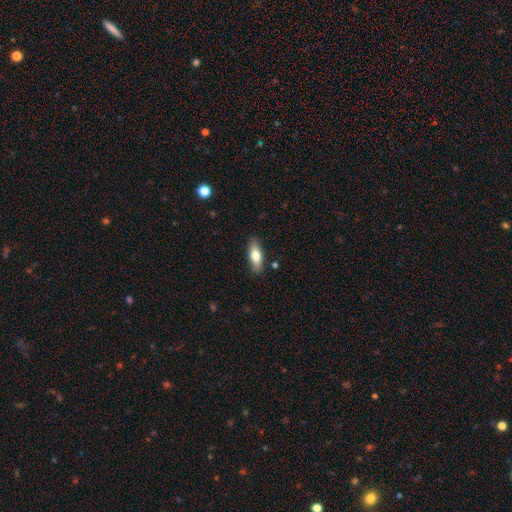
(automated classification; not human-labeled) This appears to be a smooth galaxy with no disk features (71%) that is in between round and cigar-shaped (66%). Merging: none (87%).